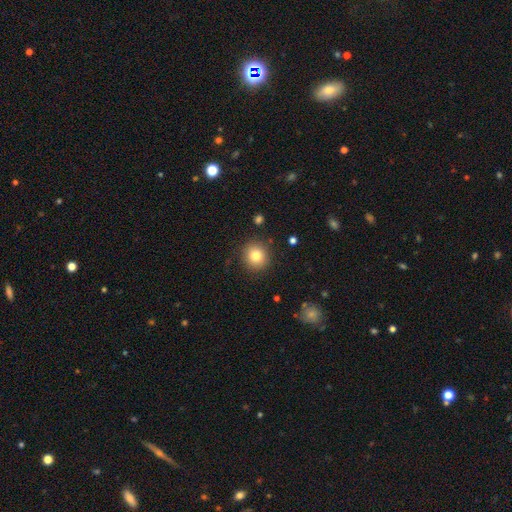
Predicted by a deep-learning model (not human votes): Smooth or featured: smooth — 80% (star or artifact — 11%)
How rounded: round — 89% (in between — 10%)
Merging: none — 89% (minor disturbance — 7%)